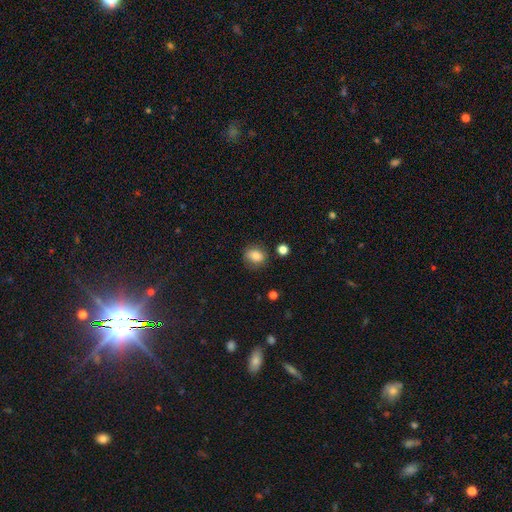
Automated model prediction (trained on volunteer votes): Smooth or featured: smooth — 82% (star or artifact — 10%)
How rounded: round — 58% (in between — 41%)
Merging: none — 77% (minor disturbance — 16%)